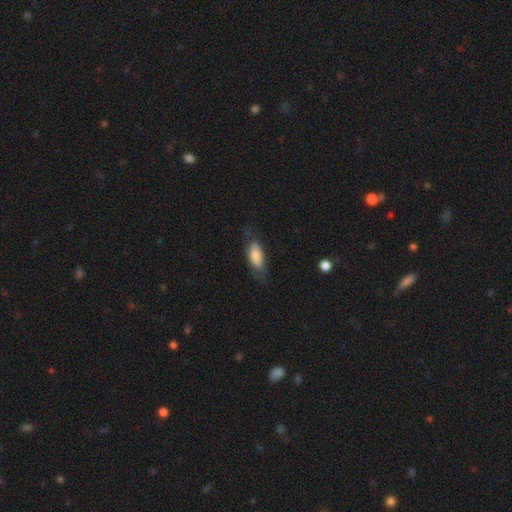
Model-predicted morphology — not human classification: Smooth or featured? Predicted: smooth (p=0.79). How rounded? Predicted: in between (p=0.75). Merging? Predicted: none (p=0.66).